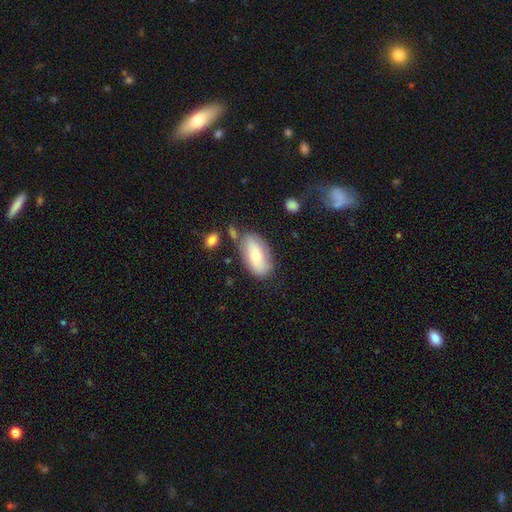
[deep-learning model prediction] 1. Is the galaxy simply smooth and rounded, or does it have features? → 63% smooth, 30% featured or disk, 6% star or artifact.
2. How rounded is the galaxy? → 92% in between, 4% round, 3% cigar-shaped.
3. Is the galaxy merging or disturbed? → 69% none, 18% minor disturbance, 7% merger, 6% major disturbance.